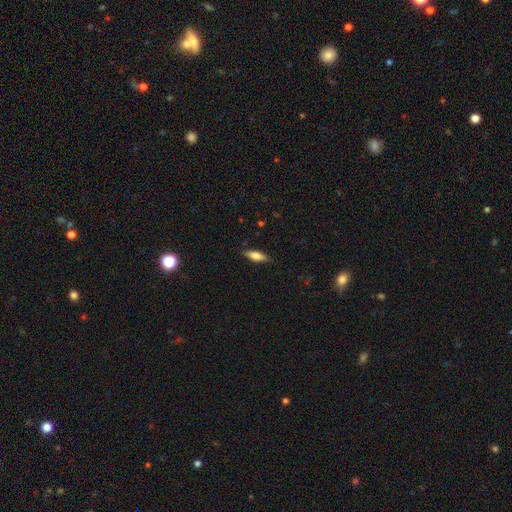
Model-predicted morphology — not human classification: Smooth or featured: smooth — 68% (featured or disk — 25%)
How rounded: in between — 51% (cigar-shaped — 47%)
Merging: none — 86% (minor disturbance — 11%)